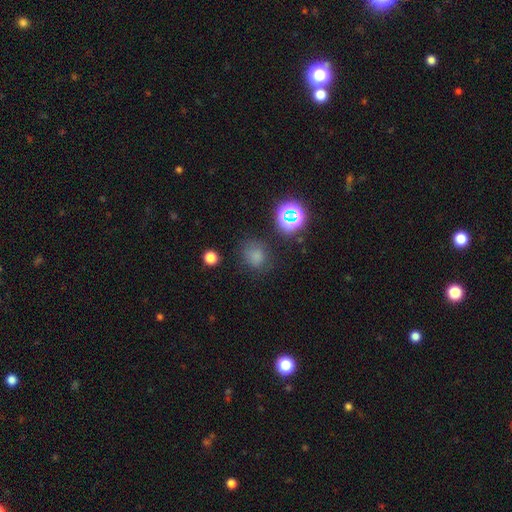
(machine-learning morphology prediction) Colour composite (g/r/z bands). It shows a smooth galaxy with no disk features (72%) that is round (74%). Merging: none (72%).